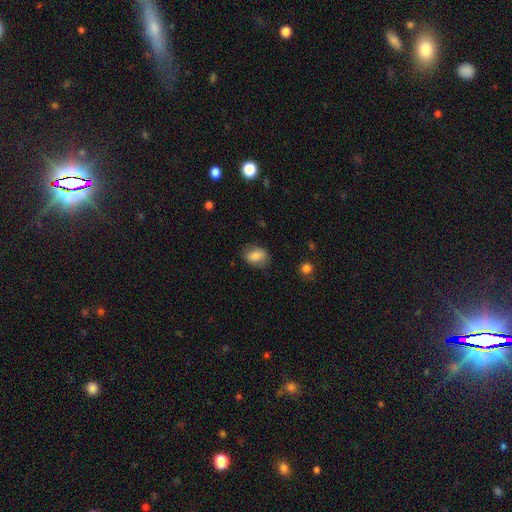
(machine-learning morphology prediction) A smooth galaxy with no disk features (83%) that is in between round and cigar-shaped (80%). Merging: none (74%).